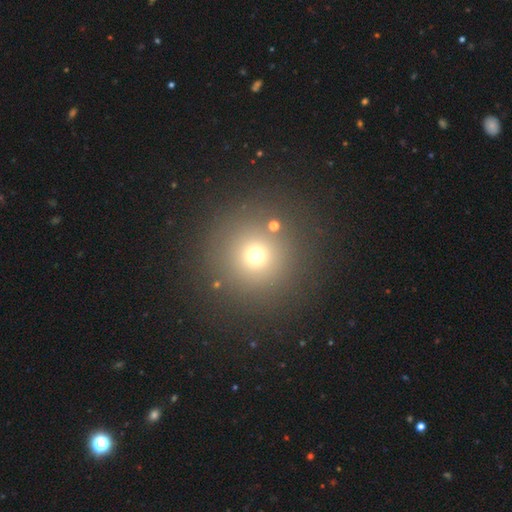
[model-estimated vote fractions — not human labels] Morphology: type=smooth (68%); roundness=round (95%); merging=none (85%).